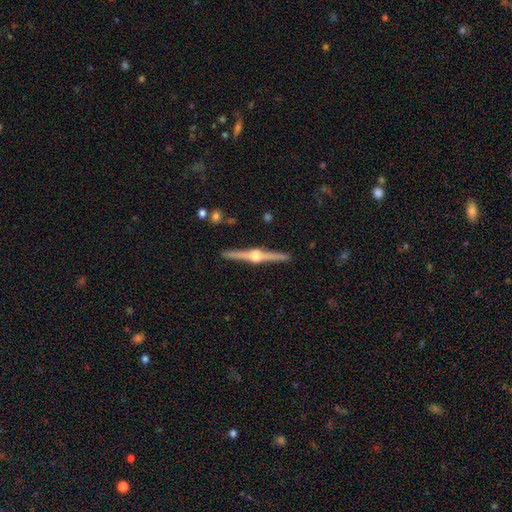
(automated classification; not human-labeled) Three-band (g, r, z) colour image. It shows a featured or disk galaxy (86%) viewed edge-on (99%) with a rounded central bulge (96%). Merging: none (92%).